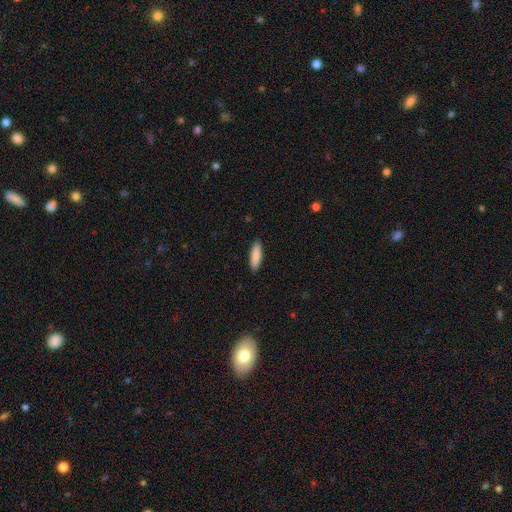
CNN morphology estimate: This appears to be a smooth galaxy with no disk features (88%) that is cigar-shaped (54%). Merging: none (90%).